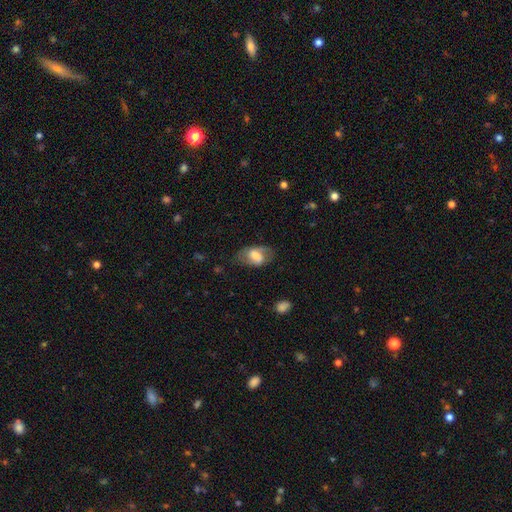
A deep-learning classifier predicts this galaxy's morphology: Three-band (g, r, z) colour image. It shows a smooth galaxy with no disk features (56%) that is in between round and cigar-shaped (89%). Merging: none (62%).